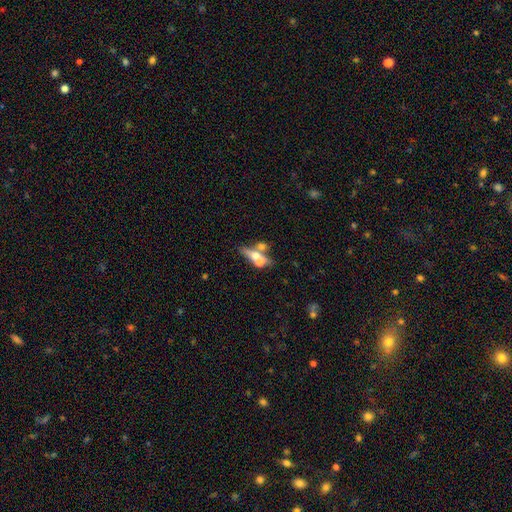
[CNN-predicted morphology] Overall: smooth (49%; featured or disk 40%). Merging: merger (56%; none 27%).